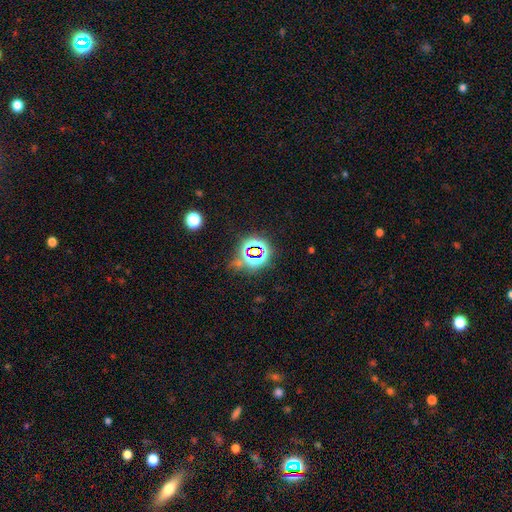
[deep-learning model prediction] smooth_or_featured: star or artifact (p=0.77) [alt: smooth p=0.14]